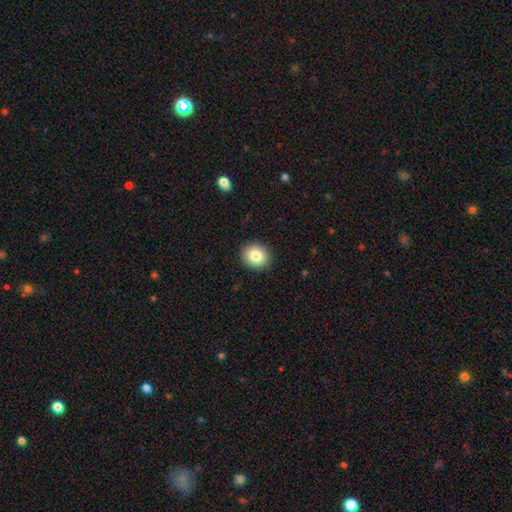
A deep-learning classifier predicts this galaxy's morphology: Overall: smooth (83%). How rounded: round (74%). Merging: none (91%).